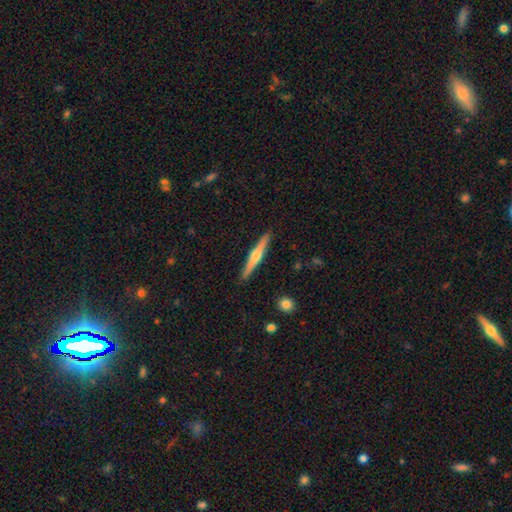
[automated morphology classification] A featured or disk galaxy (65%) viewed edge-on (98%) with a rounded central bulge (87%). Merging: none (91%).